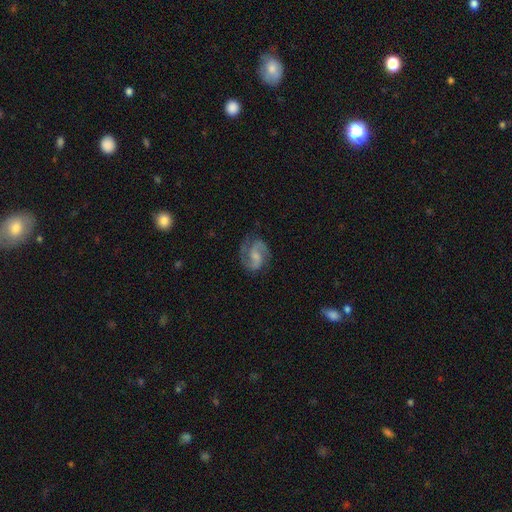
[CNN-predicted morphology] A featured or disk galaxy (86%) with a weak bar (47%), 2 (91%) medium (59%) spiral arms (97%) and a small central bulge (42%). Merging: none (75%).